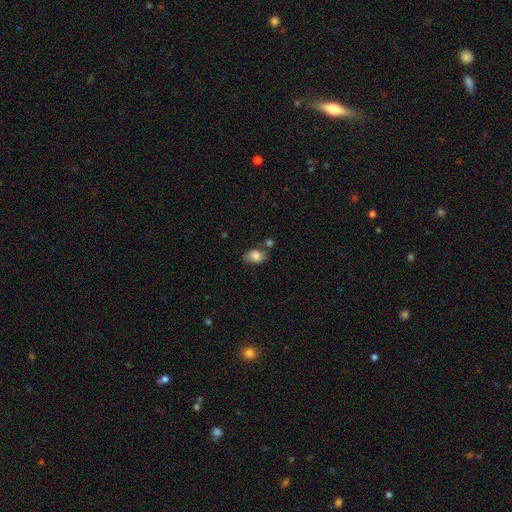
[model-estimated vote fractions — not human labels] A smooth galaxy with no disk features (82%) that is in between round and cigar-shaped (81%). Merging: none (59%).